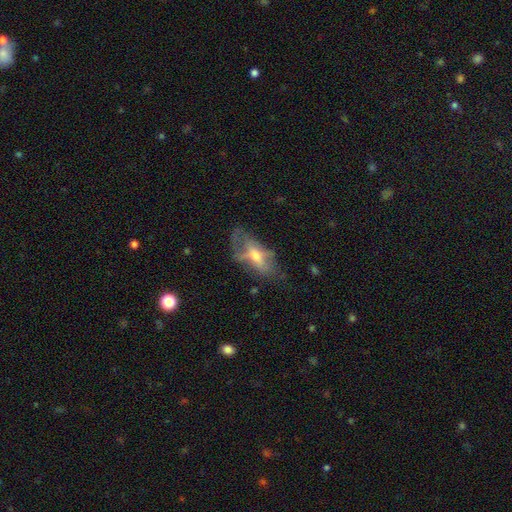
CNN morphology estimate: smooth-or-featured: featured or disk: 50% | smooth: 41% | star or artifact: 9%
  disk-edge-on: no: 74% | yes: 26%
  merging: none: 39% | major disturbance: 32% | minor disturbance: 26% | merger: 3%